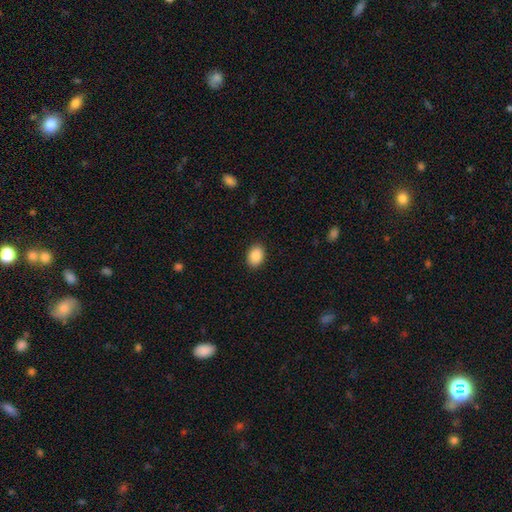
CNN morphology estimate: smooth 89%, star or artifact 7%, featured or disk 4%. Down the decision tree: how rounded — in between (73%); merging — none (90%).